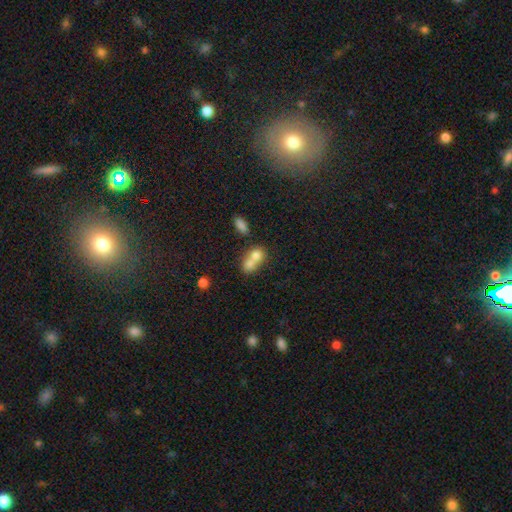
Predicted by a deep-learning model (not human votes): Q: Smooth or featured?
A: smooth (74%); runner-up: featured or disk (16%)
Q: How rounded?
A: in between (53%); runner-up: round (45%)
Q: Merging?
A: merger (71%); runner-up: none (20%)